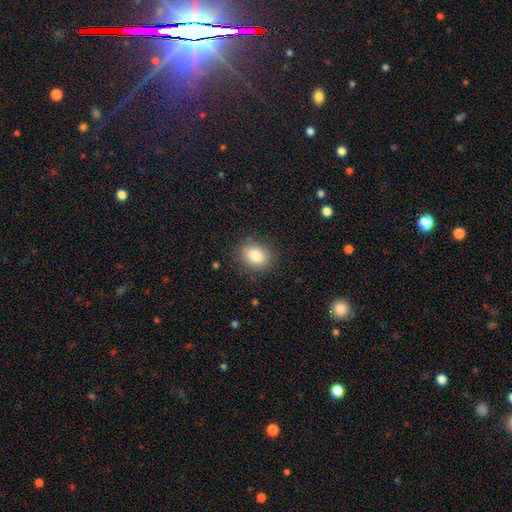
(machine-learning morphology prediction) The model was most divided on "how rounded": in between: 60%, round: 39%, cigar-shaped: 1%. More confident: smooth or featured — smooth (85%); merging — none (83%).